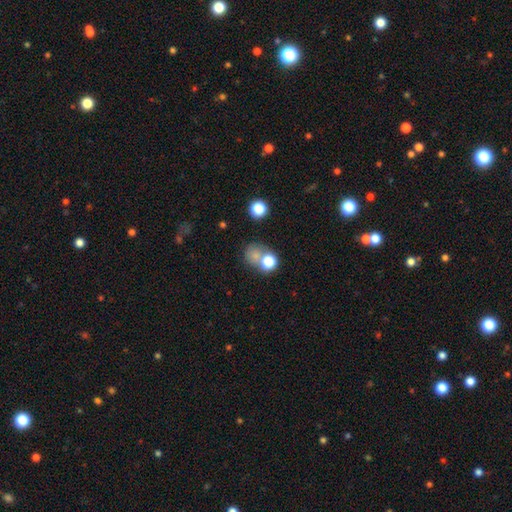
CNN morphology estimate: Smooth or featured: smooth — 71% (star or artifact — 18%)
How rounded: round — 76% (in between — 23%)
Merging: none — 47% (merger — 35%)